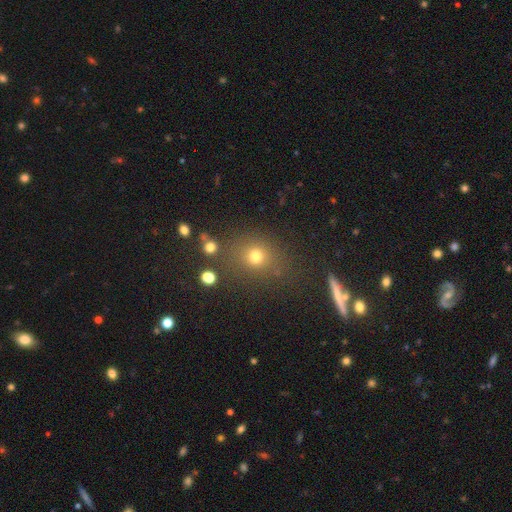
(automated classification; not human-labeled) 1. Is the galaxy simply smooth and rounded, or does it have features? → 68% smooth, 22% star or artifact, 10% featured or disk.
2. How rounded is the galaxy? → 75% round, 23% in between, 2% cigar-shaped.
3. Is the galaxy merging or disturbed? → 79% none, 11% minor disturbance, 5% merger, 5% major disturbance.